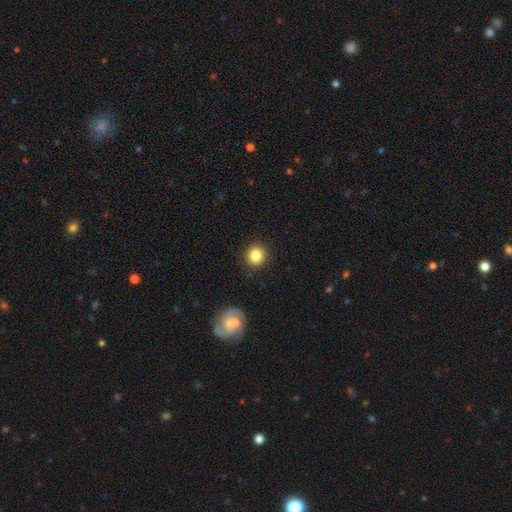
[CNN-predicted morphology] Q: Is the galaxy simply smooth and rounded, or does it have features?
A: smooth — 85%.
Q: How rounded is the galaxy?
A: round — 87%.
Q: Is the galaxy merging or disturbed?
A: none — 89%.